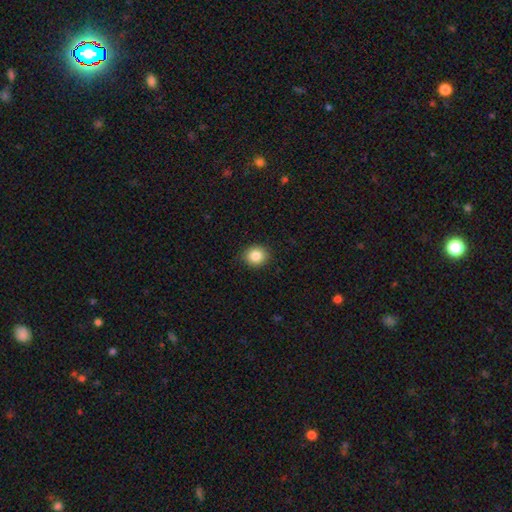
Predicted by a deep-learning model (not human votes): Smooth or featured? smooth (85%)
How rounded? round (80%)
Merging? none (90%)